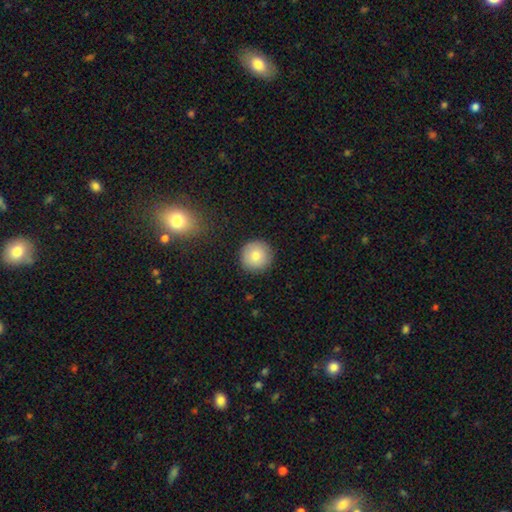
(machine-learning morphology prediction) Smooth or featured? smooth (81%)
How rounded? round (95%)
Merging? none (90%)